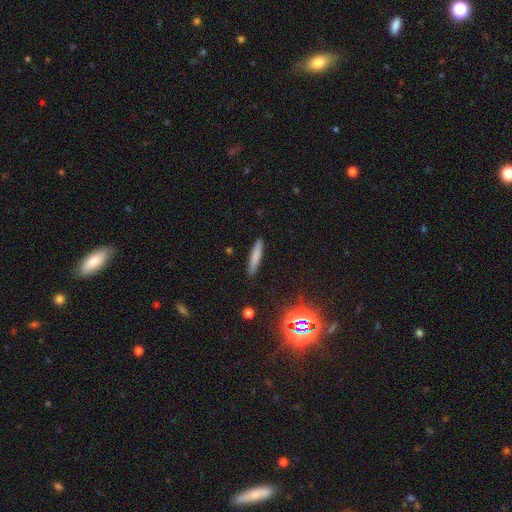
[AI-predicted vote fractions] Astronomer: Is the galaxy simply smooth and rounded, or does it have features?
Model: smooth — 76%.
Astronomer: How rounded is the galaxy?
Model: cigar-shaped — 90%.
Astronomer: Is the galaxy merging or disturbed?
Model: none — 90%.